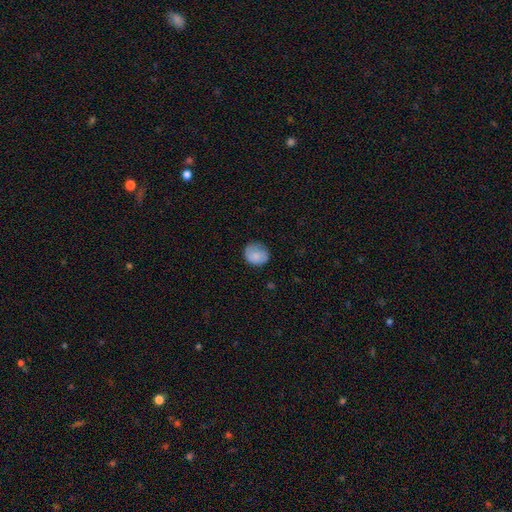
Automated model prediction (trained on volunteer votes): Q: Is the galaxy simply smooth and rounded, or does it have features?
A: smooth — 81%.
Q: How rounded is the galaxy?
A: round — 78%.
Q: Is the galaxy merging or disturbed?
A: none — 71%.